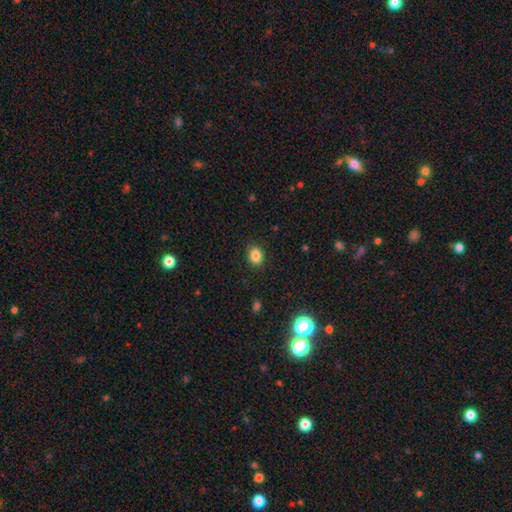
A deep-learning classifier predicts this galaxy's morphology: Smooth or featured?
  - smooth: 84% *
  - star or artifact: 11%
  - featured or disk: 5%
How rounded?
  - round: 56% *
  - in between: 43%
  - cigar-shaped: 1%
Merging?
  - none: 88% *
  - minor disturbance: 8%
  - major disturbance: 2%
  - merger: 1%